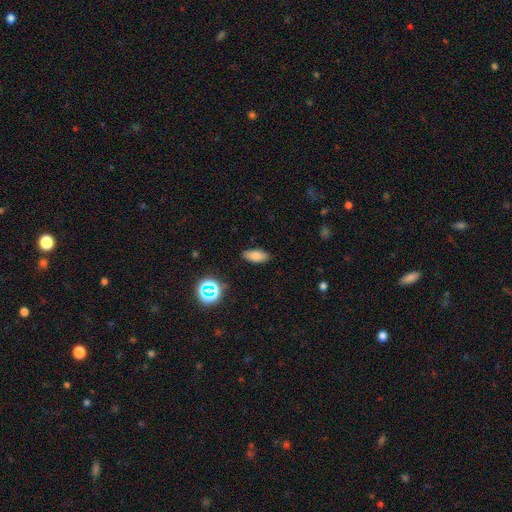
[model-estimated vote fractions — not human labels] smooth-or-featured: smooth: 81% | star or artifact: 12% | featured or disk: 8%
  how-rounded: in between: 87% | cigar-shaped: 9% | round: 4%
  merging: none: 87% | minor disturbance: 9% | major disturbance: 2% | merger: 1%